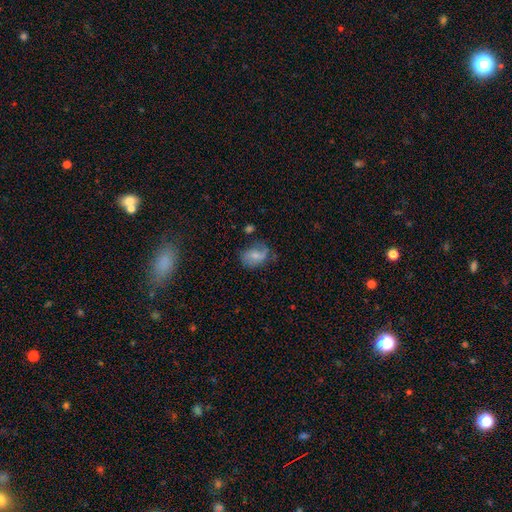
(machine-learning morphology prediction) This is possibly a smooth galaxy (51%). How rounded: likely in between (72%). Merging: possibly none (50%).